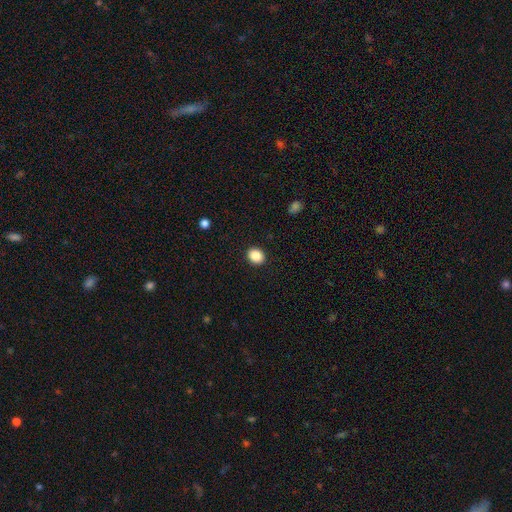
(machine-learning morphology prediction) smooth_or_featured: smooth (p=0.88) [alt: star or artifact p=0.09]
how_rounded: round (p=0.66) [alt: in between p=0.33]
merging: none (p=0.91) [alt: minor disturbance p=0.06]